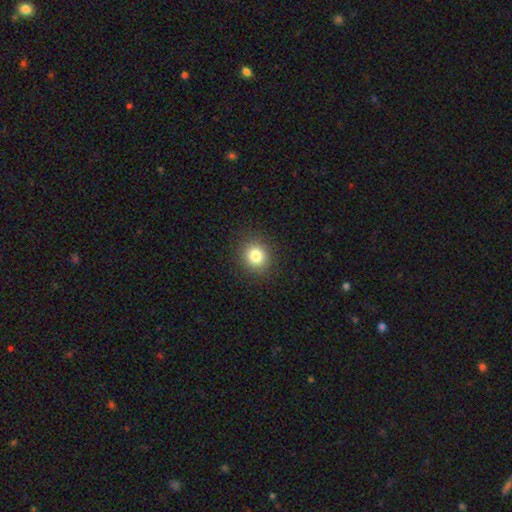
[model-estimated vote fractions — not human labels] This is clearly a smooth galaxy (82%). How rounded: clearly round (82%). Merging: clearly none (90%).